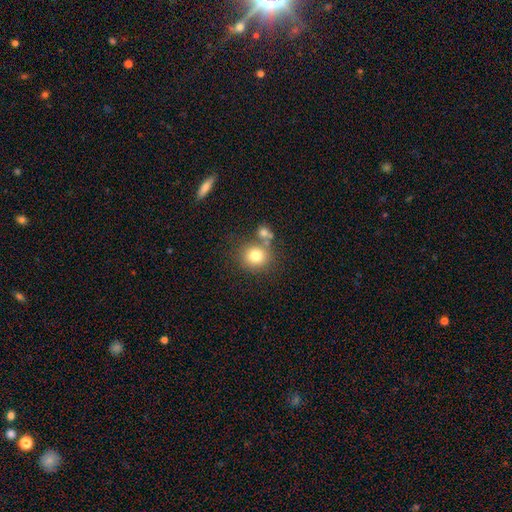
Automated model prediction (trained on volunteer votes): Overall: smooth (78%). How rounded: round (86%). Merging: none (61%; merger 23%).